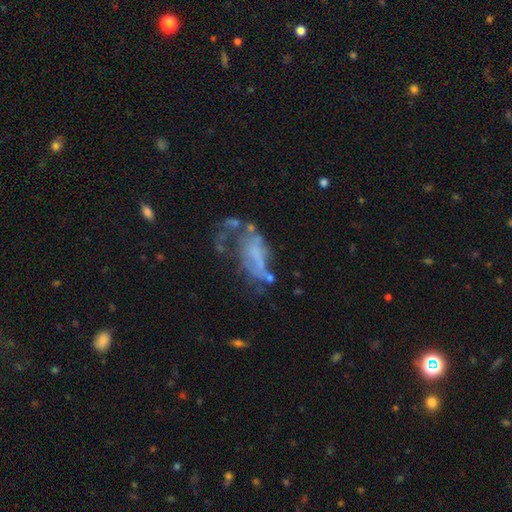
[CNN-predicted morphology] The model was most divided on "merging": major disturbance: 45%, none: 21%, merger: 17%, minor disturbance: 17%. More confident: edge-on disk — no (94%); spiral arms — no (78%); bar — no (77%); bulge size — none (71%); smooth or featured — featured or disk (57%).